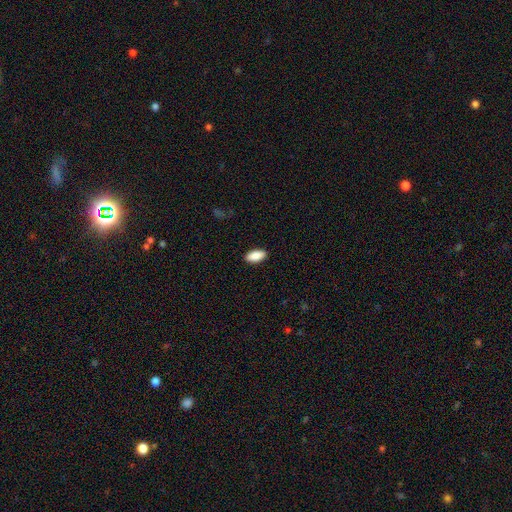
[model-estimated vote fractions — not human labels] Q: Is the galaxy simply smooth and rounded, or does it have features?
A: smooth — 89%.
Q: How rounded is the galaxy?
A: in between — 90%.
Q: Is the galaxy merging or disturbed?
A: none — 89%.